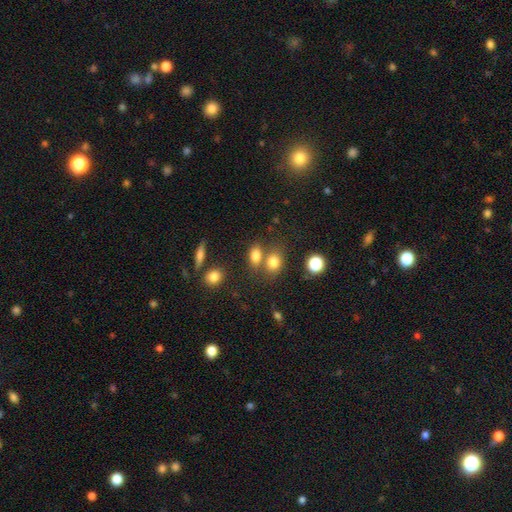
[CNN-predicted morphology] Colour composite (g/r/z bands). It shows a smooth galaxy with no disk features (78%) that is in between round and cigar-shaped (72%). Merging: none (52%).